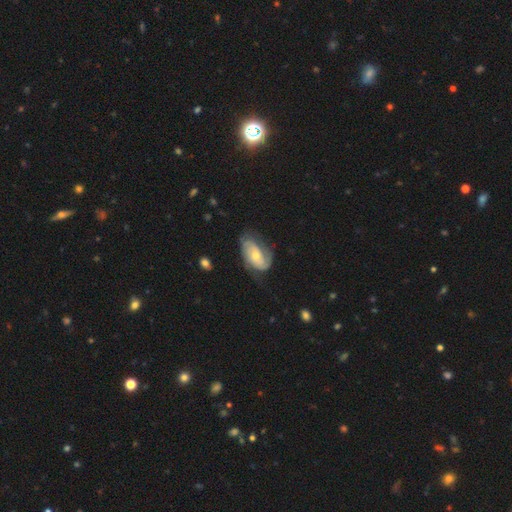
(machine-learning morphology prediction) Overall: featured or disk (70%). Edge-on disk: no (96%). Bar: no (70%). Spiral arms: yes (89%). Spiral arm count: 2 (60%; can't tell 21%). Spiral winding: medium (39%; tight 38%). Bulge size: small (53%; moderate 41%). Merging: none (56%; minor disturbance 28%).